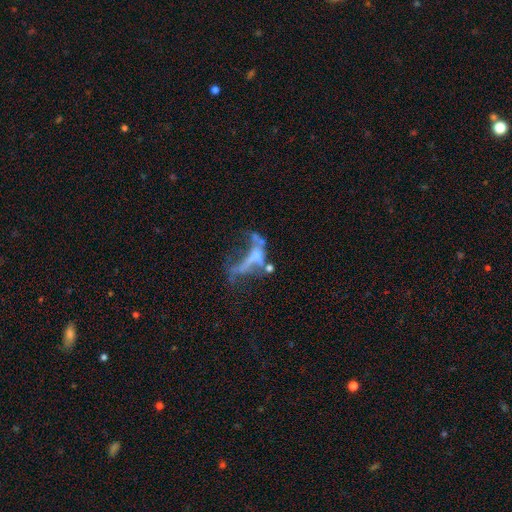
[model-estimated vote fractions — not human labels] A featured or disk galaxy (60%) with no bar (81%), no spiral arms (86%) and no central bulge (52%).

Vote fractions:
- Smooth or featured? featured or disk: 60% / smooth: 21% / star or artifact: 19%
- Edge-on disk? no: 86% / yes: 14%
- Bar? no: 81% / weak: 12% / strong: 7%
- Spiral arms? no: 86% / yes: 14%
- Bulge size? none: 52% / small: 26% / moderate: 17% / large: 3% / dominant: 2%
- Merging? major disturbance: 38% / merger: 30% / none: 22% / minor disturbance: 11%